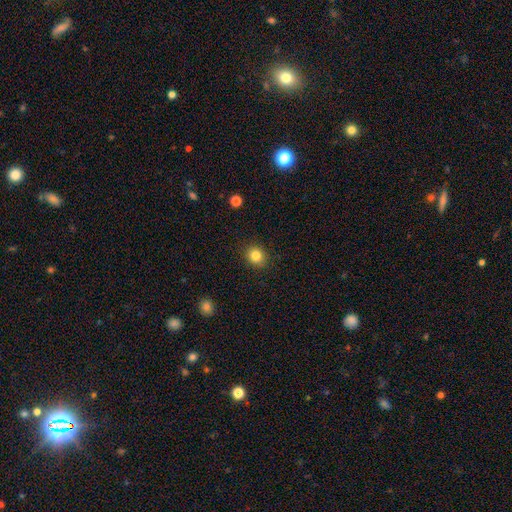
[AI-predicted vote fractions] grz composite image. It shows a smooth galaxy with no disk features (83%) that is round (79%). Merging: none (90%).